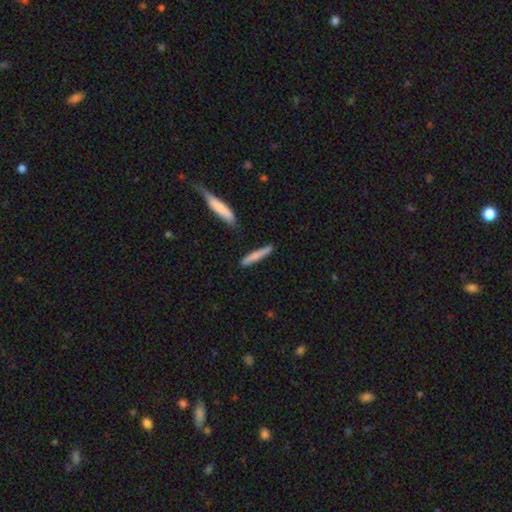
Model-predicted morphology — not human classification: The model was most divided on "smooth or featured": smooth: 71%, featured or disk: 23%, star or artifact: 5%. More confident: how rounded — cigar-shaped (93%); merging — none (83%).